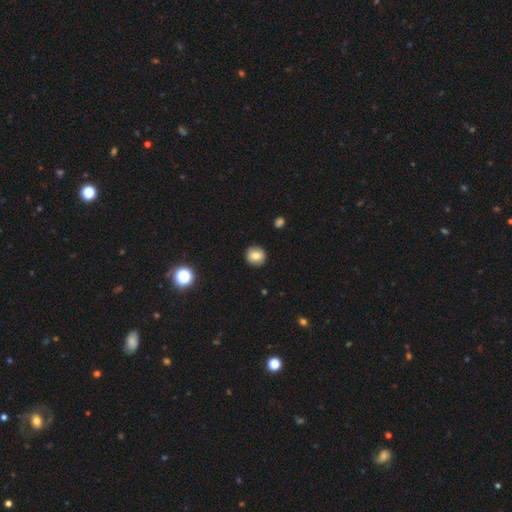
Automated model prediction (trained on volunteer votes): Overall: smooth (73%). How rounded: round (91%). Merging: none (89%).